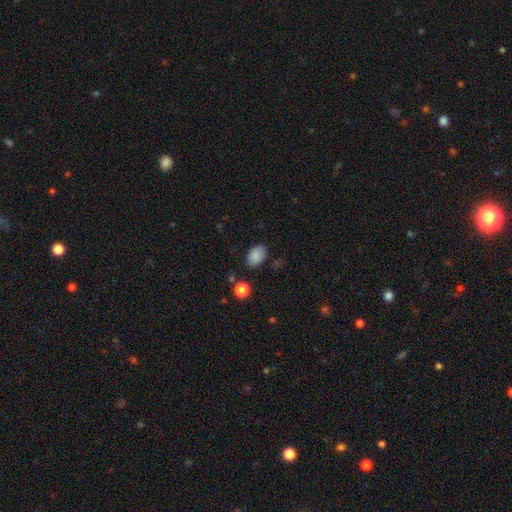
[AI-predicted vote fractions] smooth-or-featured: smooth: 87% | star or artifact: 9% | featured or disk: 4%
  how-rounded: in between: 85% | round: 14% | cigar-shaped: 1%
  merging: none: 81% | minor disturbance: 14% | major disturbance: 3% | merger: 2%